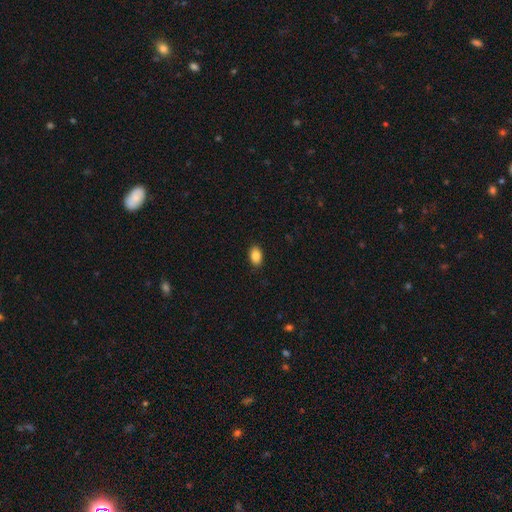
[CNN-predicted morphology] This appears to be a smooth galaxy with no disk features (87%) that is in between round and cigar-shaped (88%). Merging: none (89%).